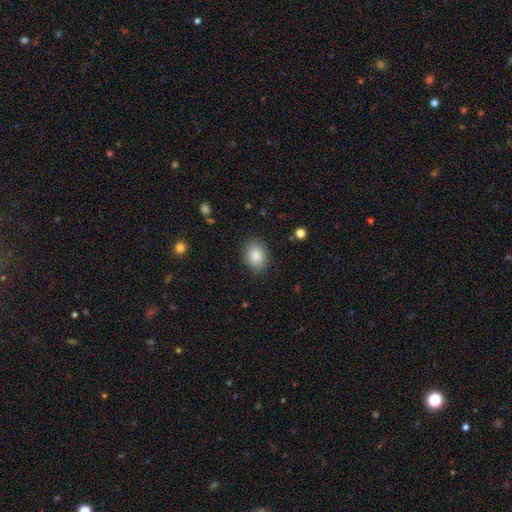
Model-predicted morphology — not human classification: smooth 85%, star or artifact 8%, featured or disk 6%. Down the decision tree: how rounded — in between (66%); merging — none (86%).